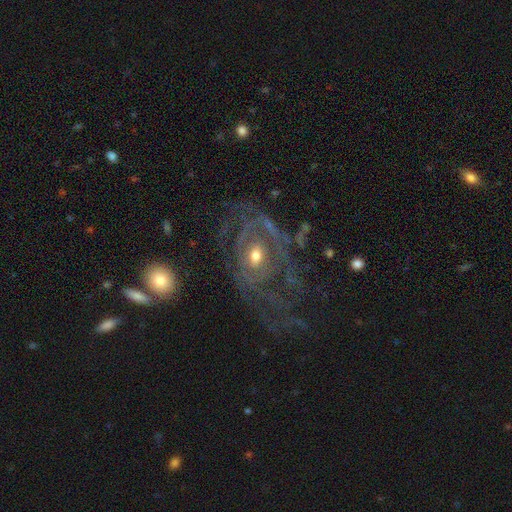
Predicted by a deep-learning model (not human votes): Overall: featured or disk (80%). Edge-on disk: no (96%). Bar: no (62%; weak 28%). Spiral arms: yes (77%). Spiral arm count: can't tell (39%; 2 23%). Spiral winding: tight (50%; medium 33%). Bulge size: moderate (58%; small 35%). Merging: none (51%; major disturbance 27%).